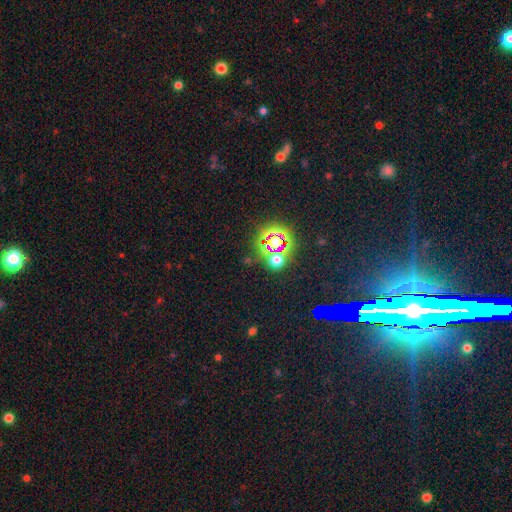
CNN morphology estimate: This is likely a star or artifact rather than a galaxy (79%).